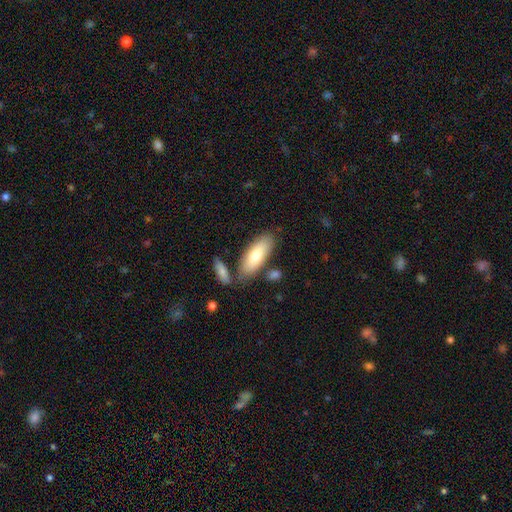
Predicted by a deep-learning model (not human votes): smooth-or-featured: smooth: 74% | featured or disk: 20% | star or artifact: 6%
  how-rounded: in between: 71% | cigar-shaped: 27% | round: 2%
  merging: none: 74% | minor disturbance: 13% | merger: 10% | major disturbance: 3%